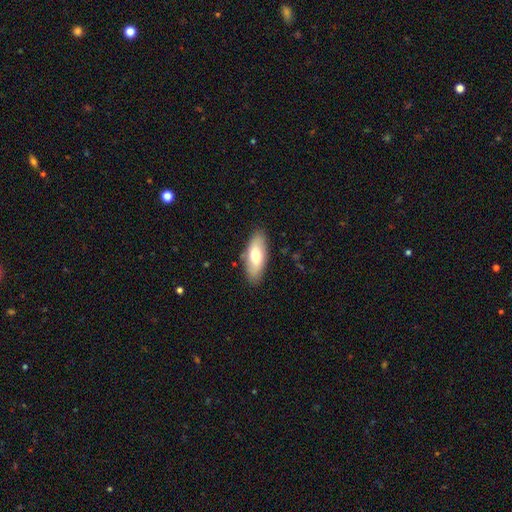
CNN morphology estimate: A smooth galaxy with no disk features (66%) that is in between round and cigar-shaped (80%). Merging: none (84%).